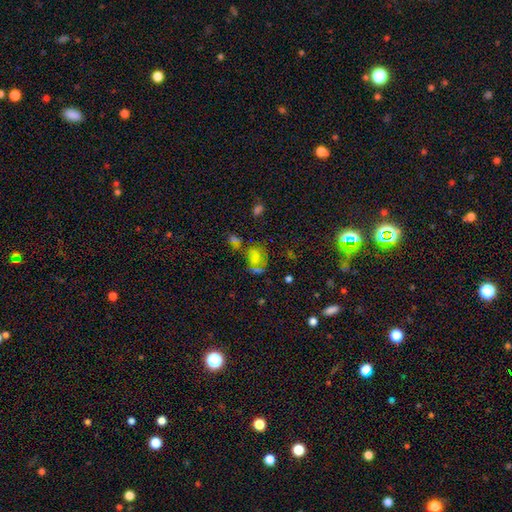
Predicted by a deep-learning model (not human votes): A smooth galaxy with no disk features (58%) that is in between round and cigar-shaped (65%).

Vote fractions:
- Smooth or featured? smooth: 58% / star or artifact: 24% / featured or disk: 19%
- How rounded? in between: 65% / round: 33% / cigar-shaped: 2%
- Merging? none: 37% / merger: 26% / minor disturbance: 19% / major disturbance: 18%